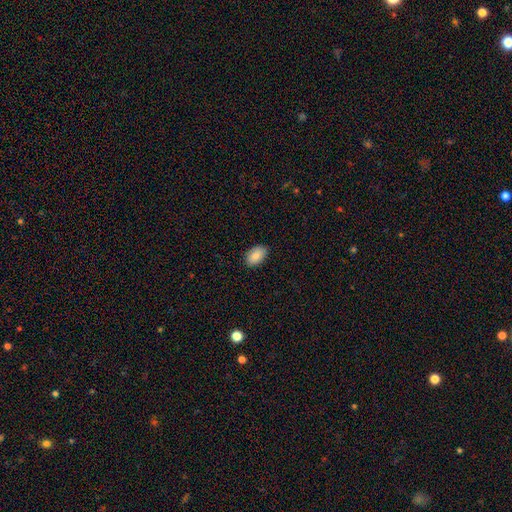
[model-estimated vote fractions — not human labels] This is clearly a smooth galaxy (86%). How rounded: clearly in between (92%). Merging: clearly none (87%).